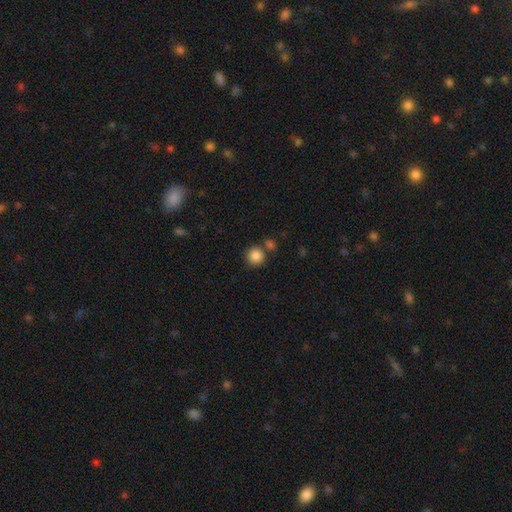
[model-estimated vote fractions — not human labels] This is clearly a smooth galaxy (86%). How rounded: clearly round (92%). Merging: likely none (72%).